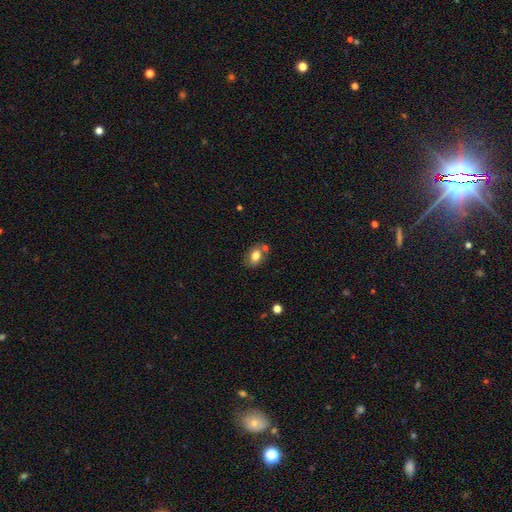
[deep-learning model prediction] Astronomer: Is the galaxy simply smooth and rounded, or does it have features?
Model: smooth — 78%.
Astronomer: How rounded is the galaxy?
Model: in between — 71%.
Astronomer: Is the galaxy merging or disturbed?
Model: none — 64%.